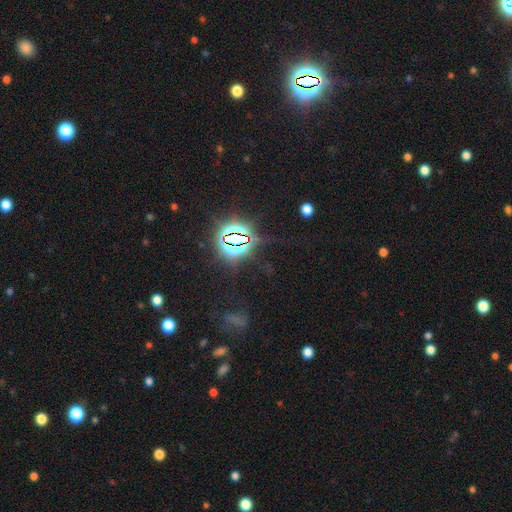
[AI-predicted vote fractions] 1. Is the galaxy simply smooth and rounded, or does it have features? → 83% star or artifact, 10% smooth, 7% featured or disk.